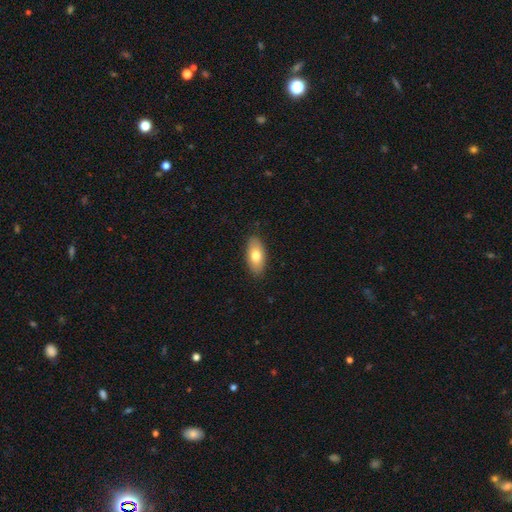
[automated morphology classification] Smooth or featured?
  - smooth: 77% *
  - featured or disk: 17%
  - star or artifact: 6%
How rounded?
  - in between: 90% *
  - cigar-shaped: 7%
  - round: 3%
Merging?
  - none: 87% *
  - minor disturbance: 10%
  - major disturbance: 2%
  - merger: 1%